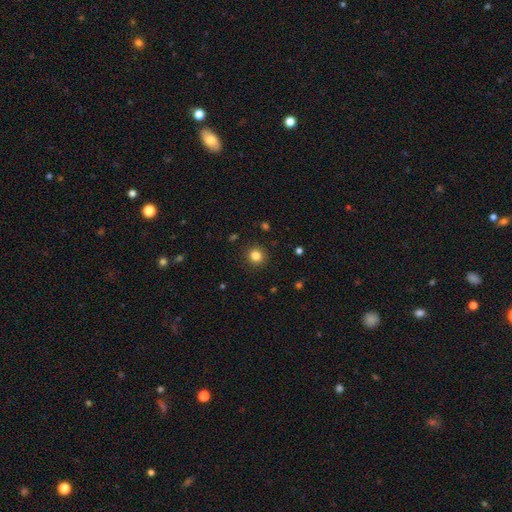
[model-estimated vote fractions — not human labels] Smooth or featured? smooth (83%)
How rounded? round (92%)
Merging? none (91%)